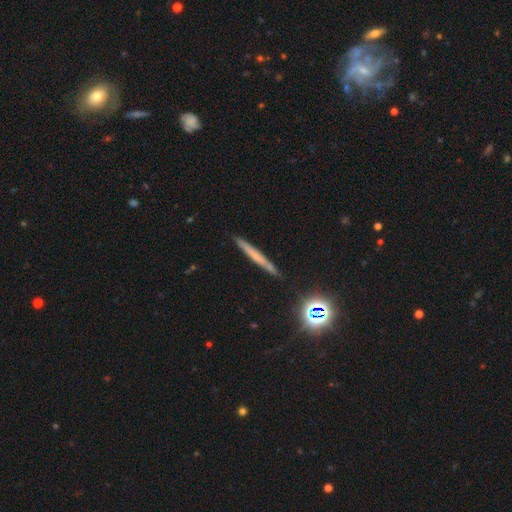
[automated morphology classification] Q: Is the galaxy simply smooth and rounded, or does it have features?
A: smooth — 50%.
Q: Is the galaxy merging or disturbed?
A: none — 88%.